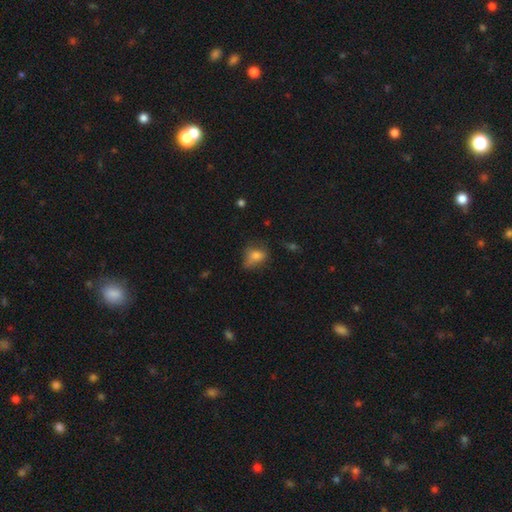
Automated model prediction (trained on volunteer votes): Morphology: type=smooth (71%); roundness=in between (66%); merging=none (40%).